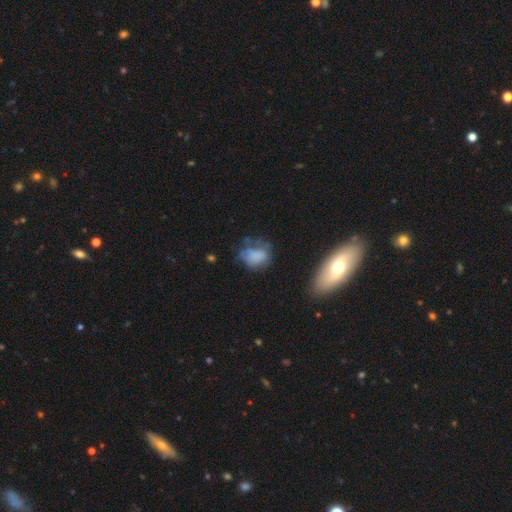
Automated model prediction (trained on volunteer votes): Smooth or featured? smooth (65%)
How rounded? in between (67%)
Merging? none (36%)